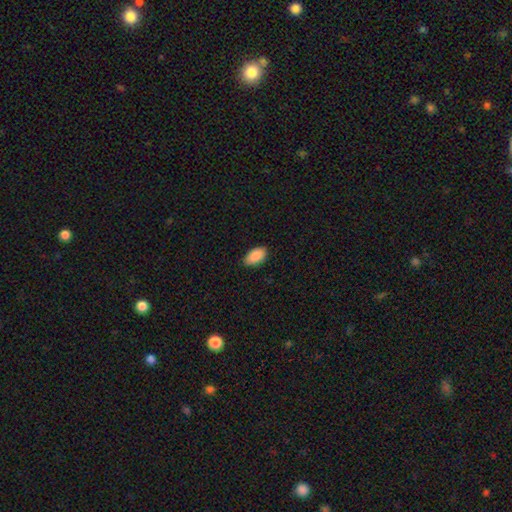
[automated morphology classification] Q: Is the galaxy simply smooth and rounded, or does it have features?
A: smooth — 90%.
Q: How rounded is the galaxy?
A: in between — 95%.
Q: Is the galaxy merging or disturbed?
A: none — 84%.